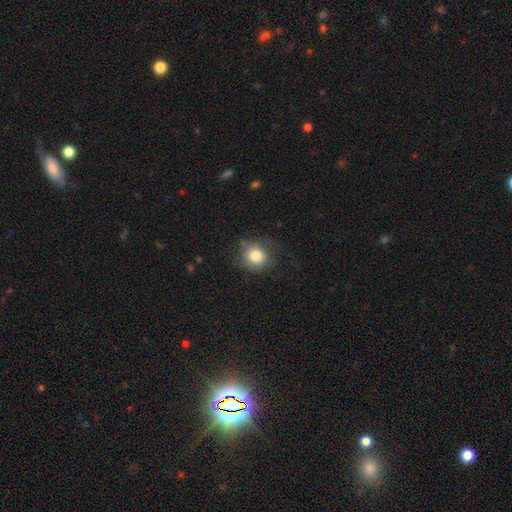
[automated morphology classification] The model was most divided on "merging": none: 68%, minor disturbance: 20%, major disturbance: 10%, merger: 2%. More confident: how rounded — round (80%); smooth or featured — smooth (80%).